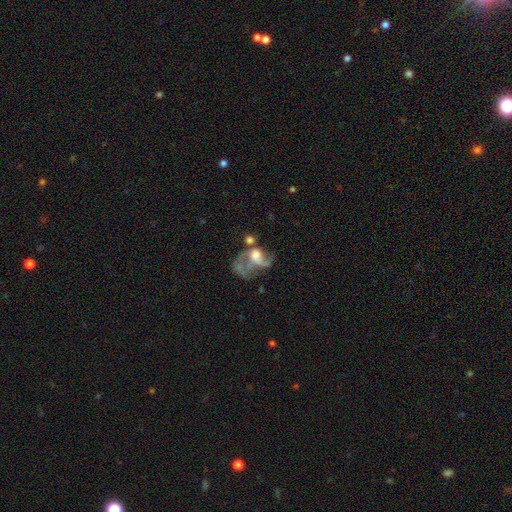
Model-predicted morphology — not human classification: This appears to be a featured or disk galaxy (62%) with no bar (73%), spiral arms (57%) and a moderate central bulge (40%). Merging: major disturbance (43%).